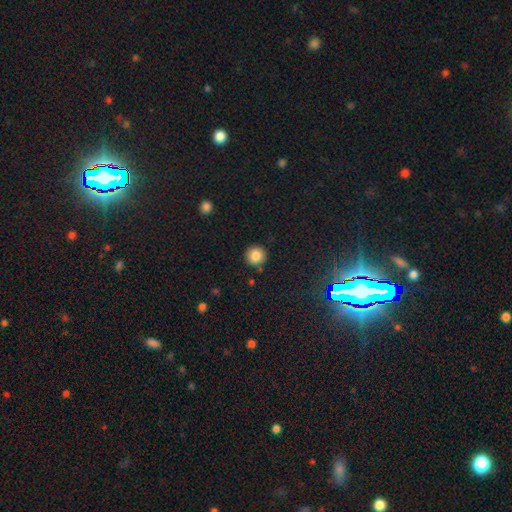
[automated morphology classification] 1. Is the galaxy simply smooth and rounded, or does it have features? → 84% smooth, 11% star or artifact, 6% featured or disk.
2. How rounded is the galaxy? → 94% round, 5% in between, 1% cigar-shaped.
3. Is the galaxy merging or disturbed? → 88% none, 7% minor disturbance, 3% merger, 2% major disturbance.